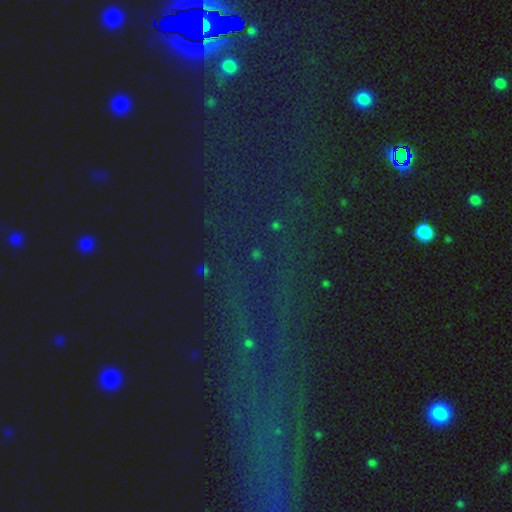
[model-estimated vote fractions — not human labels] Smooth or featured? star or artifact (75%)